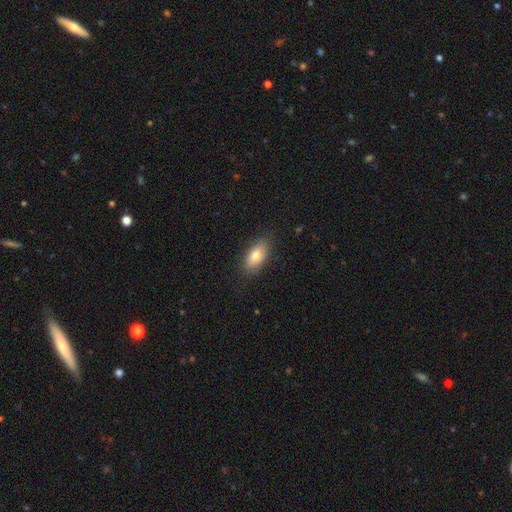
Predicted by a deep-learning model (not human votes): This appears to be a smooth galaxy with no disk features (78%) that is in between round and cigar-shaped (89%). Merging: none (83%).